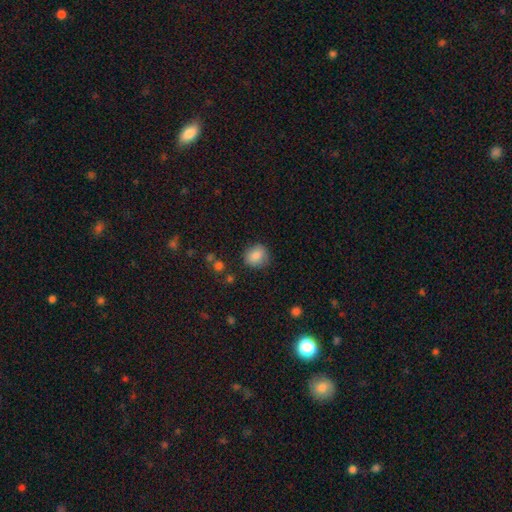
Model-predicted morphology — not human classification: Smooth or featured?
  - smooth: 85% *
  - star or artifact: 9%
  - featured or disk: 6%
How rounded?
  - round: 77% *
  - in between: 22%
  - cigar-shaped: 1%
Merging?
  - none: 81% *
  - minor disturbance: 14%
  - major disturbance: 4%
  - merger: 2%